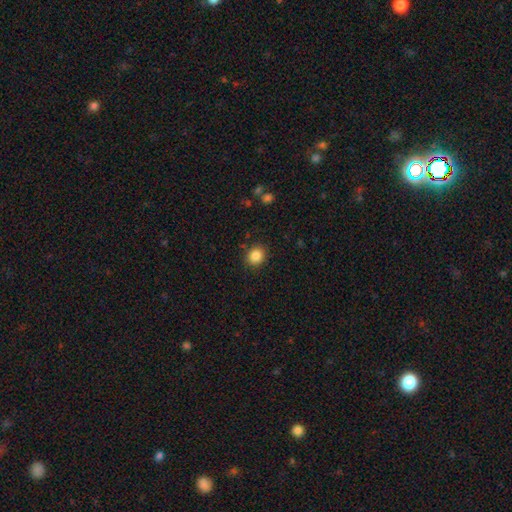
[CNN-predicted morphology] A smooth galaxy with no disk features (86%) that is round (79%). Merging: none (88%).